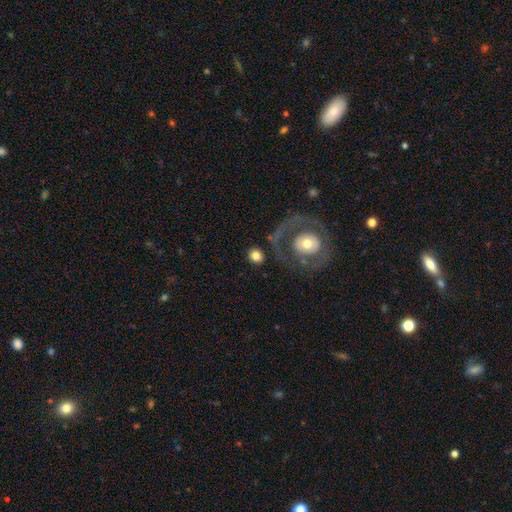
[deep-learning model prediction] smooth 74%, featured or disk 18%, star or artifact 8%. Down the decision tree: how rounded — round (75%); merging — none (76%).